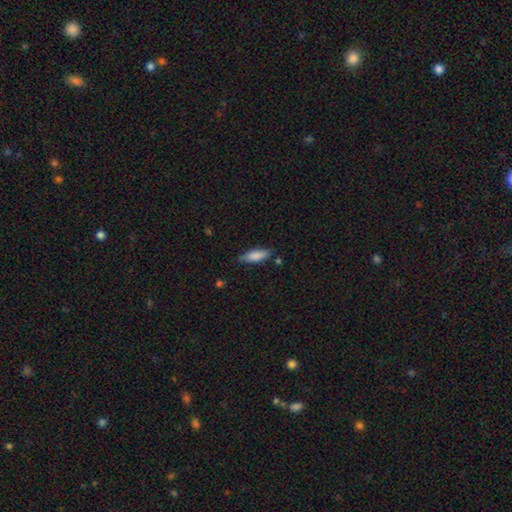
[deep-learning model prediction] This is clearly a smooth galaxy (82%). How rounded: possibly in between (55%). Merging: likely none (77%).